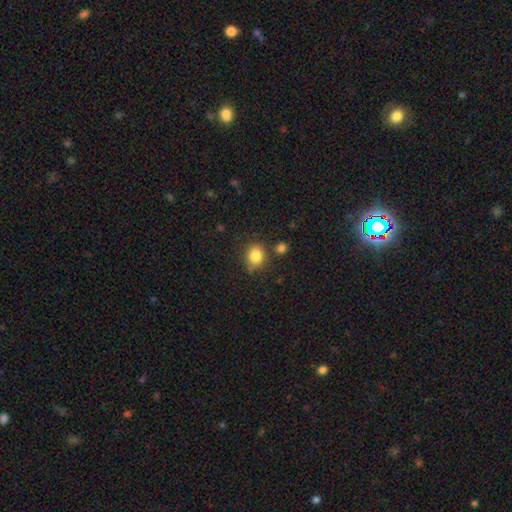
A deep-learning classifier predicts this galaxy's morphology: smooth_or_featured: smooth (p=0.83) [alt: star or artifact p=0.11]
how_rounded: round (p=0.73) [alt: in between p=0.26]
merging: none (p=0.73) [alt: minor disturbance p=0.15]